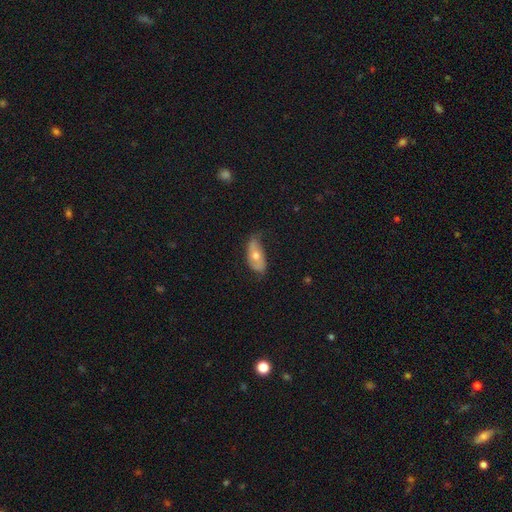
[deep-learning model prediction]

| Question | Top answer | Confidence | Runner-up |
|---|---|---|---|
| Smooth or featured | smooth | 54% | featured or disk (39%) |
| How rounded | in between | 88% | cigar-shaped (7%) |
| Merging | none | 52% | minor disturbance (35%) |